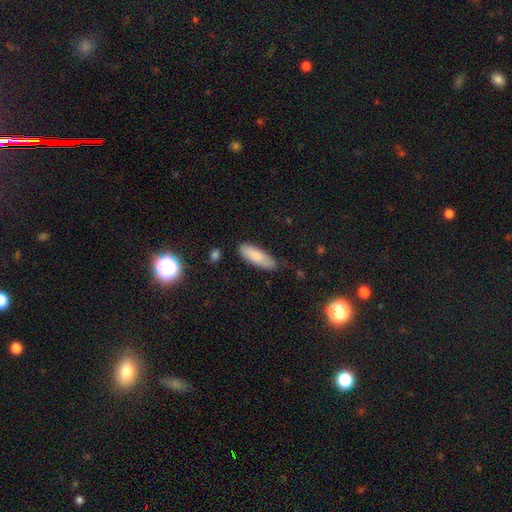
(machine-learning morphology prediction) Smooth or featured? smooth (85%)
How rounded? in between (55%)
Merging? none (77%)